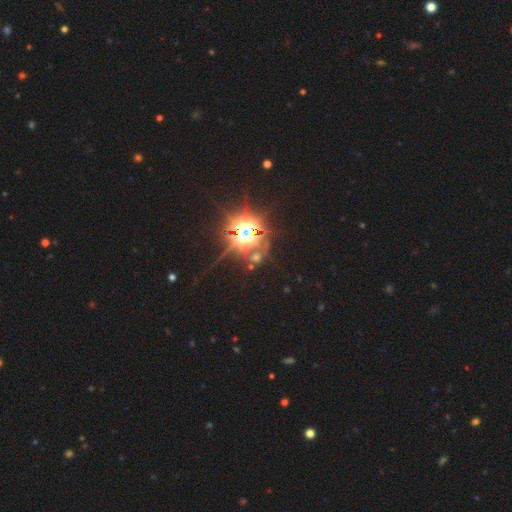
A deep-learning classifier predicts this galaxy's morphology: This appears to be a star or artifact, not a galaxy (83%).